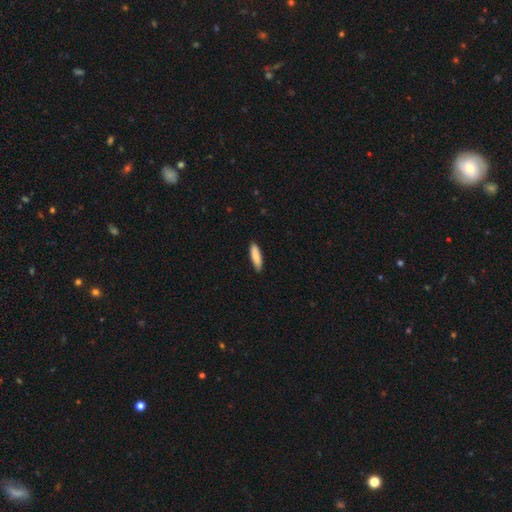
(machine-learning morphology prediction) Smooth or featured?
  - smooth: 87% *
  - featured or disk: 8%
  - star or artifact: 5%
How rounded?
  - cigar-shaped: 63% *
  - in between: 36%
  - round: 1%
Merging?
  - none: 88% *
  - minor disturbance: 10%
  - major disturbance: 2%
  - merger: 1%